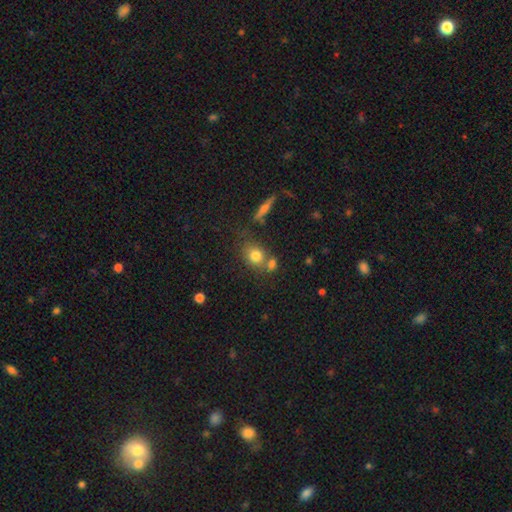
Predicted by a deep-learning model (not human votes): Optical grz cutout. It shows a smooth galaxy with no disk features (76%) that is round (60%). Merging: none (55%).